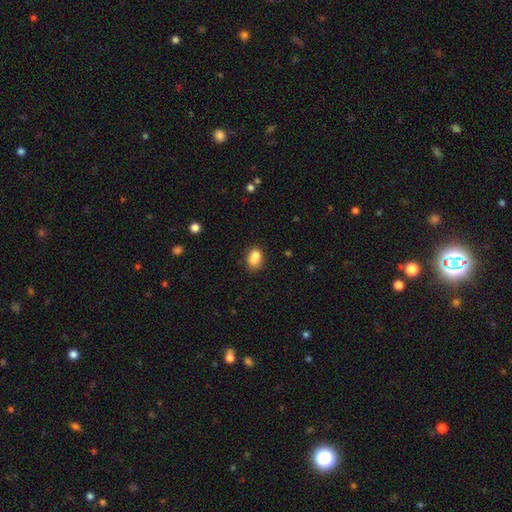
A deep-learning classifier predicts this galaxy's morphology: Smooth or featured: smooth — 79% (featured or disk — 11%)
How rounded: in between — 62% (round — 37%)
Merging: none — 49% (merger — 24%)